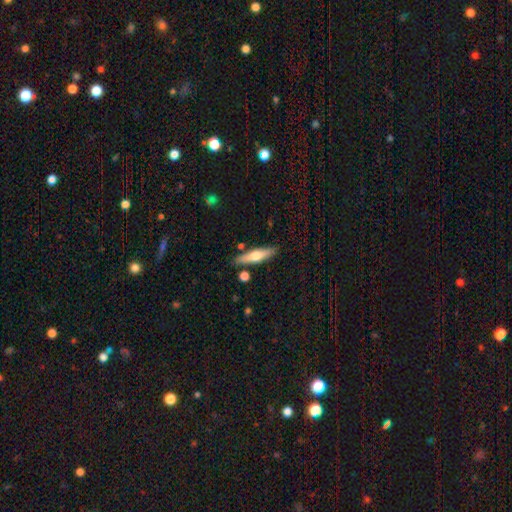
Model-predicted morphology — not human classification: type=featured or disk (47%, tied with smooth); merging=none (84%).